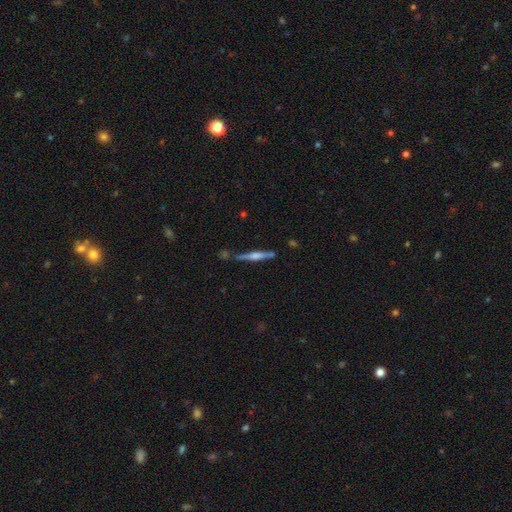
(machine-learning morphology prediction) The model was most divided on "smooth or featured": featured or disk: 68%, smooth: 26%, star or artifact: 6%. More confident: edge-on disk — yes (98%); merging — none (80%); edge-on bulge — rounded (77%).